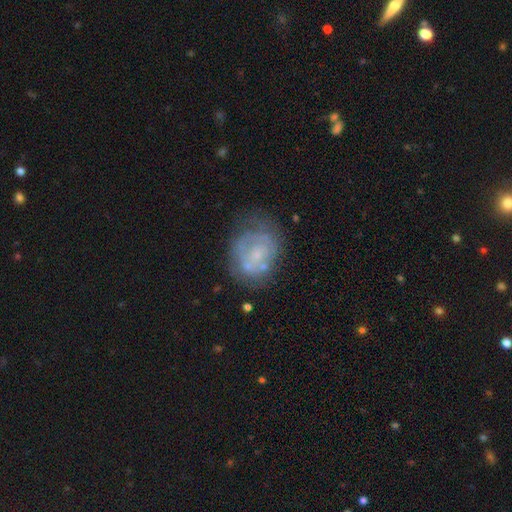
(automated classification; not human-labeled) A featured or disk galaxy (60%) with no bar (79%), no spiral arms (58%) and a small central bulge (62%).

Vote fractions:
- Smooth or featured? featured or disk: 60% / smooth: 31% / star or artifact: 9%
- Edge-on disk? no: 97% / yes: 3%
- Bar? no: 79% / weak: 18% / strong: 3%
- Spiral arms? no: 58% / yes: 42%
- Bulge size? small: 62% / none: 18% / moderate: 17% / large: 2% / dominant: 1%
- Merging? none: 48% / minor disturbance: 25% / major disturbance: 17% / merger: 9%